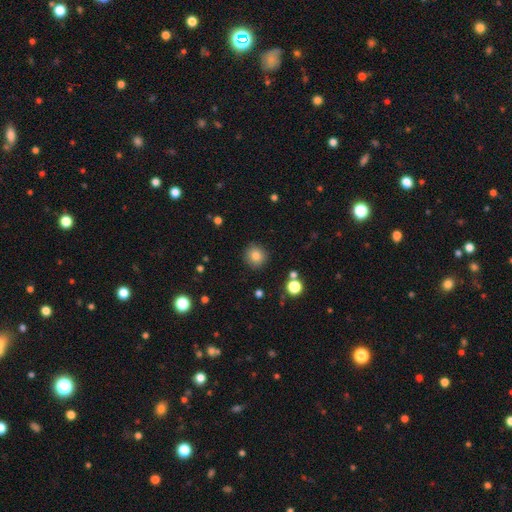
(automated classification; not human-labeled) Smooth or featured?
  - smooth: 84% *
  - star or artifact: 11%
  - featured or disk: 6%
How rounded?
  - round: 91% *
  - in between: 8%
  - cigar-shaped: 1%
Merging?
  - none: 89% *
  - minor disturbance: 7%
  - major disturbance: 2%
  - merger: 2%